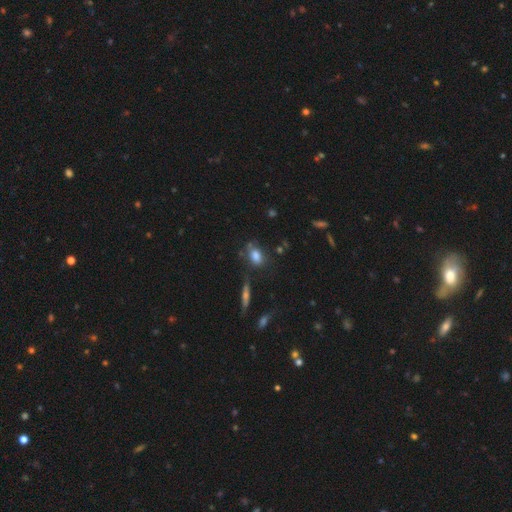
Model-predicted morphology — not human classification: Overall: smooth (78%). How rounded: in between (81%). Merging: none (64%).